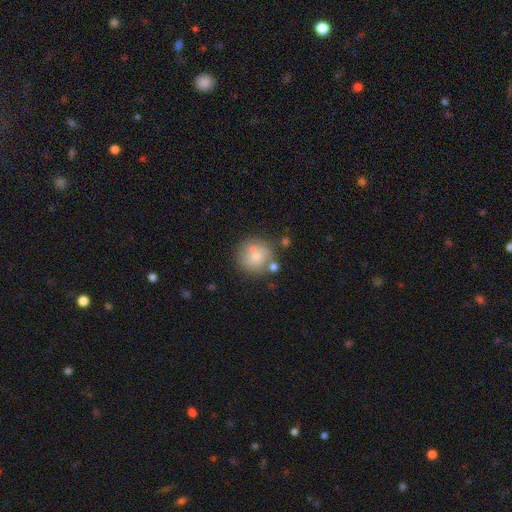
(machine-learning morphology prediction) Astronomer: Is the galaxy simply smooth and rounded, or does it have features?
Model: smooth — 73%.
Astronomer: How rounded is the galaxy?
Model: round — 93%.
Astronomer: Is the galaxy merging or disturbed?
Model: none — 68%.